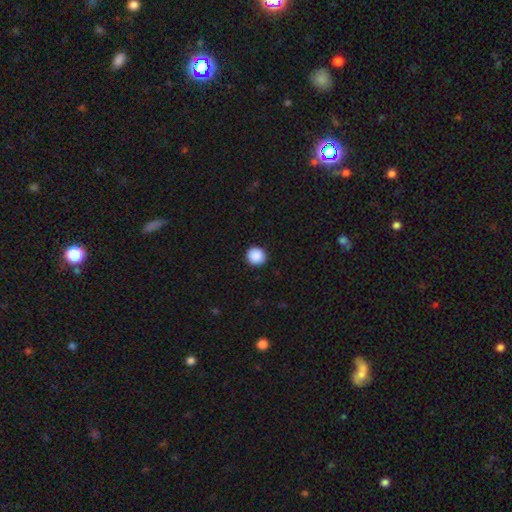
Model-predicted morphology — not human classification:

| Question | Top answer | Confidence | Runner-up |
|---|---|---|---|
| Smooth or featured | smooth | 90% | star or artifact (8%) |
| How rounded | round | 94% | in between (5%) |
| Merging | none | 93% | minor disturbance (4%) |